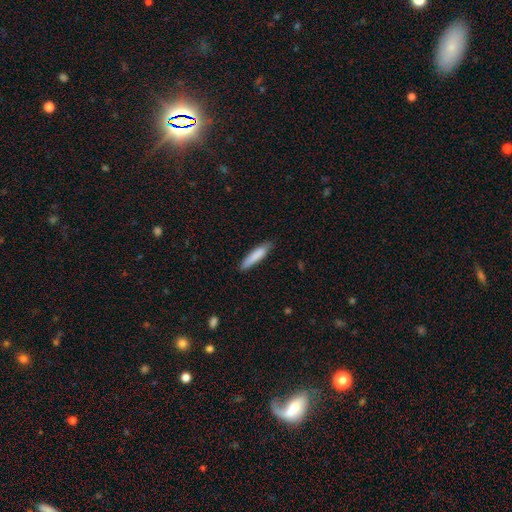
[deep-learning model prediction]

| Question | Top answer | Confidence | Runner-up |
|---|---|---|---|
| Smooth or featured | smooth | 83% | featured or disk (12%) |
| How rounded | cigar-shaped | 84% | in between (15%) |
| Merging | none | 82% | minor disturbance (14%) |